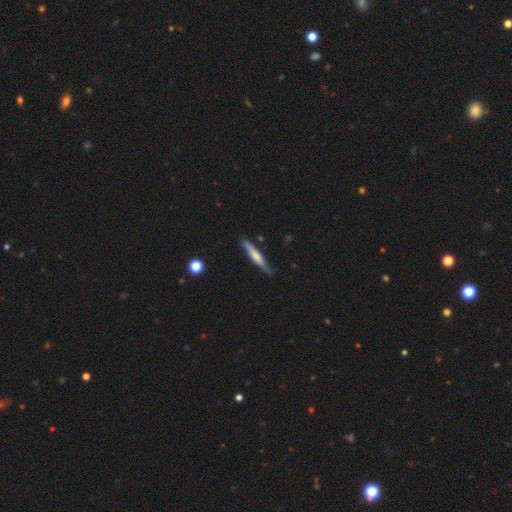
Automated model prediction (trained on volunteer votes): smooth-or-featured: smooth: 51% | featured or disk: 44% | star or artifact: 6%
  how-rounded: cigar-shaped: 92% | in between: 6% | round: 2%
  merging: none: 79% | minor disturbance: 17% | major disturbance: 3% | merger: 2%